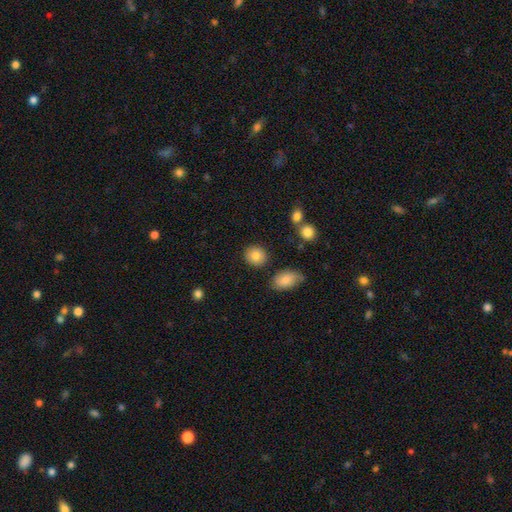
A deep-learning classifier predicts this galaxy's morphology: Q: Smooth or featured?
A: smooth (85%); runner-up: star or artifact (8%)
Q: How rounded?
A: round (79%); runner-up: in between (20%)
Q: Merging?
A: none (88%); runner-up: minor disturbance (7%)